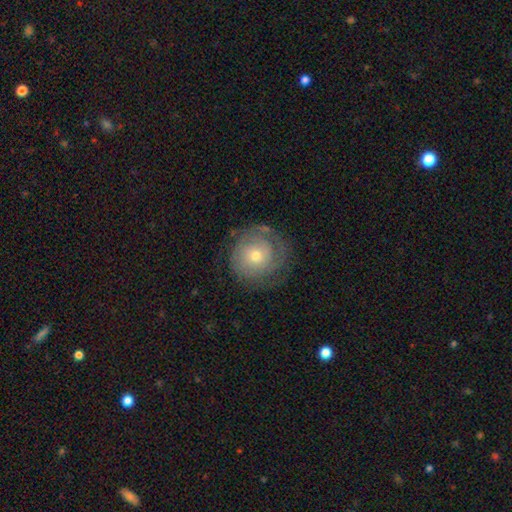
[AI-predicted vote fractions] This appears to be a featured or disk galaxy (58%) with no bar (83%), spiral arms (75%) and a small central bulge (50%). Merging: none (72%).